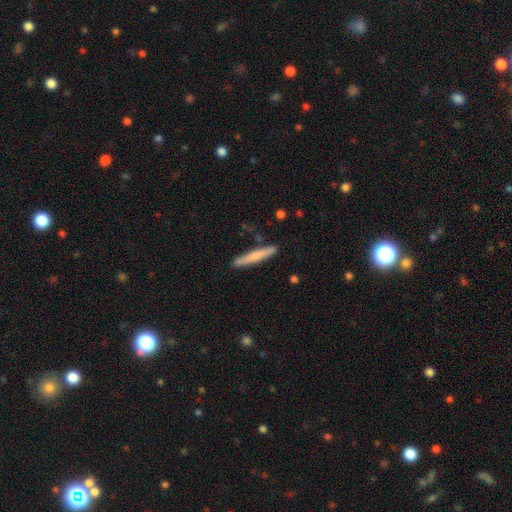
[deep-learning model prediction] smooth_or_featured: smooth (p=0.67) [alt: featured or disk p=0.27]
how_rounded: cigar-shaped (p=0.94) [alt: in between p=0.04]
merging: none (p=0.86) [alt: minor disturbance p=0.10]